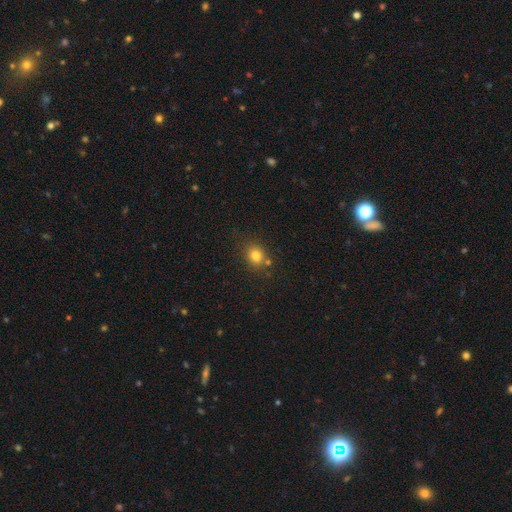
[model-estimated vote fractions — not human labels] Overall: smooth (80%). How rounded: round (60%; in between 39%). Merging: none (71%).